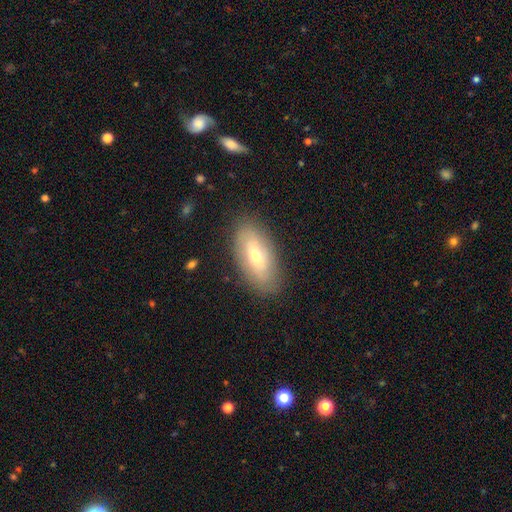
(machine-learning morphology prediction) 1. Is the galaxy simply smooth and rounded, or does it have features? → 49% smooth, 43% featured or disk, 8% star or artifact.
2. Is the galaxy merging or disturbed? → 84% none, 12% minor disturbance, 3% major disturbance, 1% merger.